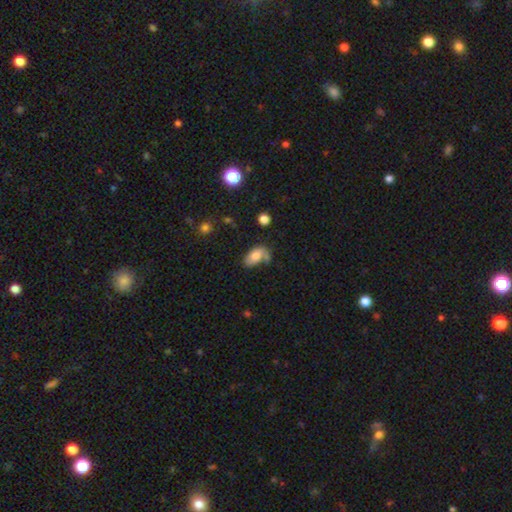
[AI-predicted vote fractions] This appears to be a smooth galaxy with no disk features (64%) that is in between round and cigar-shaped (91%). Merging: none (41%).